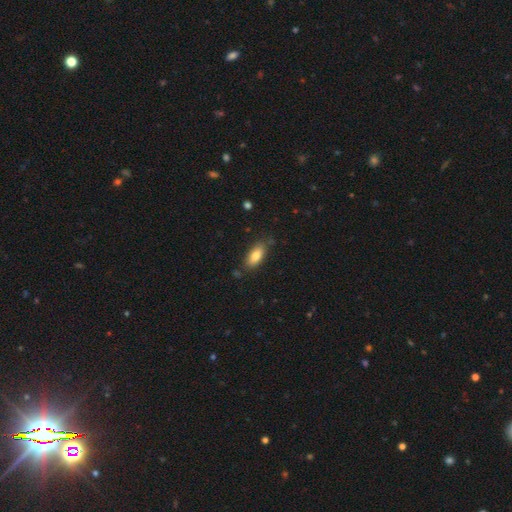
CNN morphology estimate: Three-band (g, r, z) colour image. It shows a smooth galaxy with no disk features (81%) that is in between round and cigar-shaped (83%). Merging: none (77%).